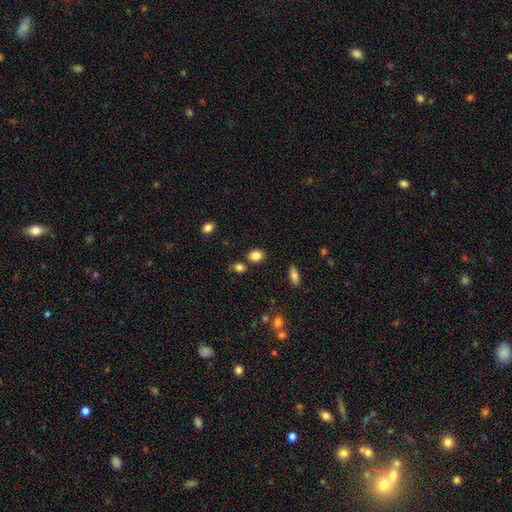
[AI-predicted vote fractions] Smooth or featured? Predicted: smooth (p=0.85). How rounded? Predicted: in between (p=0.67). Merging? Predicted: none (p=0.74).